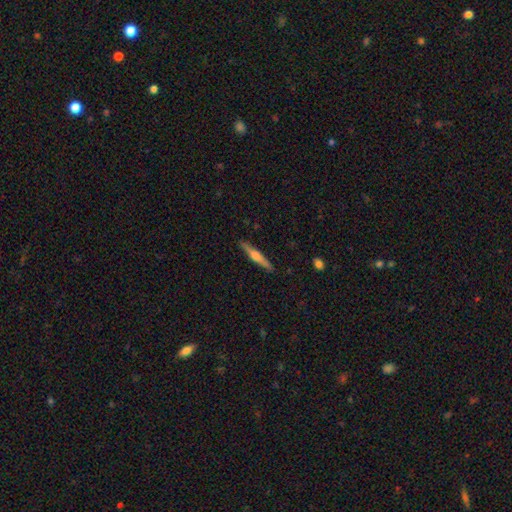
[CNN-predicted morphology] Overall: featured or disk (64%; smooth 30%). Edge-on disk: yes (98%). Edge-on bulge: rounded (85%). Merging: none (90%).